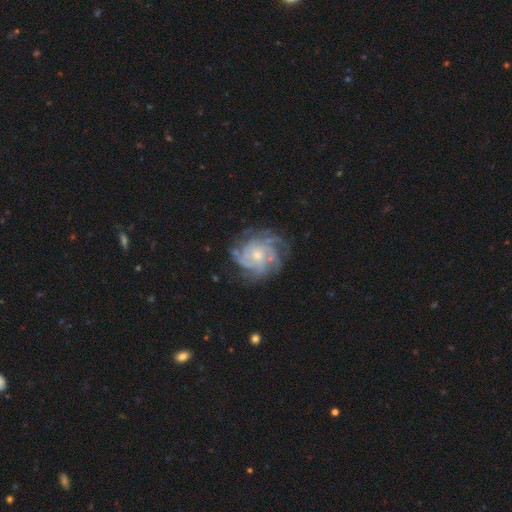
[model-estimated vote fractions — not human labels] The model was most divided on "spiral arm count": can't tell: 29%, 4: 25%, more than 4: 17%, 3: 13%, 2: 9%, 1: 7%. More confident: edge-on disk — no (98%); spiral arms — yes (95%); smooth or featured — featured or disk (85%); bar — no (78%); merging — none (73%); spiral winding — tight (62%); bulge size — small (62%).